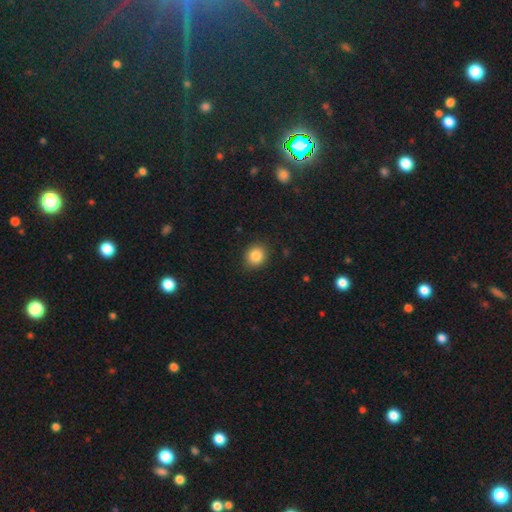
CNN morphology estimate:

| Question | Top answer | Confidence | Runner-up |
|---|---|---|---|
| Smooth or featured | smooth | 85% | star or artifact (10%) |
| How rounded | round | 75% | in between (24%) |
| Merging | none | 89% | minor disturbance (8%) |